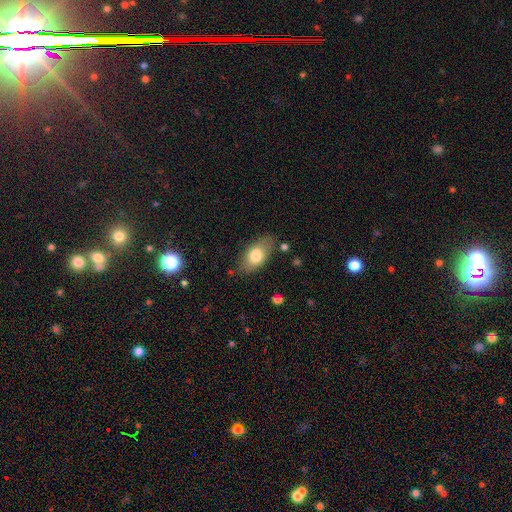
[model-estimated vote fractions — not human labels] A smooth galaxy with no disk features (74%) that is in between round and cigar-shaped (90%).

Vote fractions:
- Smooth or featured? smooth: 74% / featured or disk: 19% / star or artifact: 7%
- How rounded? in between: 90% / round: 5% / cigar-shaped: 5%
- Merging? none: 79% / minor disturbance: 15% / major disturbance: 4% / merger: 2%